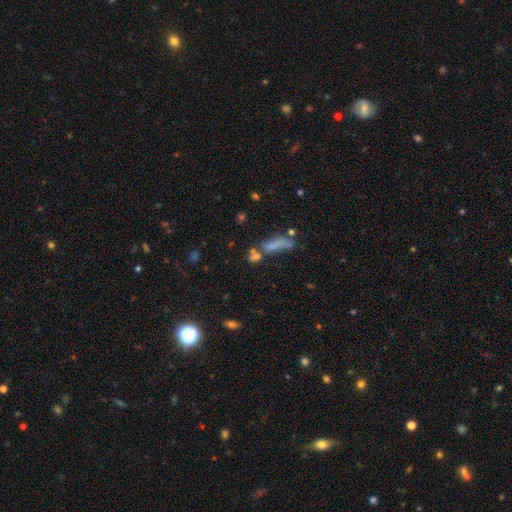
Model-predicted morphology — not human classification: A smooth galaxy with no disk features (58%) that is cigar-shaped (64%).

Vote fractions:
- Smooth or featured? smooth: 58% / featured or disk: 23% / star or artifact: 19%
- How rounded? cigar-shaped: 64% / in between: 29% / round: 7%
- Merging? none: 40% / merger: 30% / minor disturbance: 16% / major disturbance: 14%